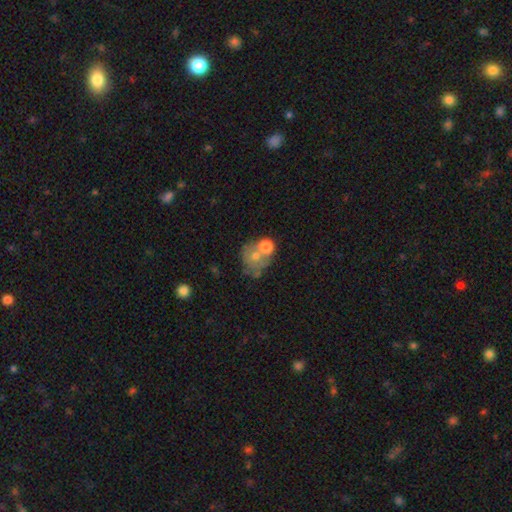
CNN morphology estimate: The model was most divided on "smooth or featured": smooth: 58%, featured or disk: 32%, star or artifact: 10%. More confident: how rounded — round (63%); merging — merger (57%).